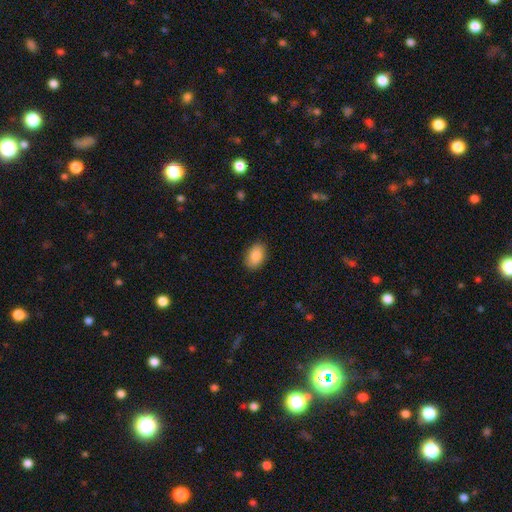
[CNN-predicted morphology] This appears to be a smooth galaxy with no disk features (87%) that is in between round and cigar-shaped (87%). Merging: none (86%).